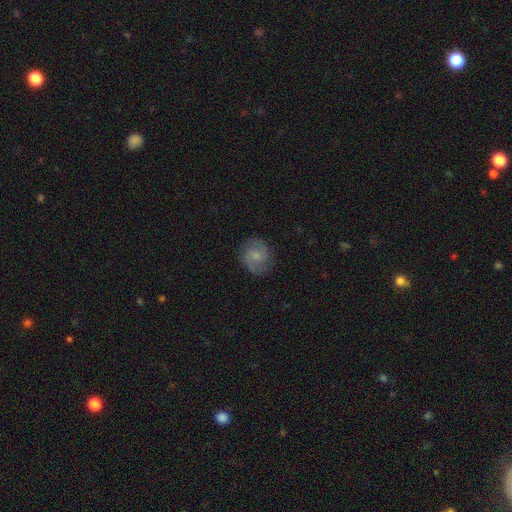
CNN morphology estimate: This appears to be a featured or disk galaxy (56%) with no bar (55%), 2 (85%) medium (51%) spiral arms (91%) and a small central bulge (48%). Merging: none (80%).